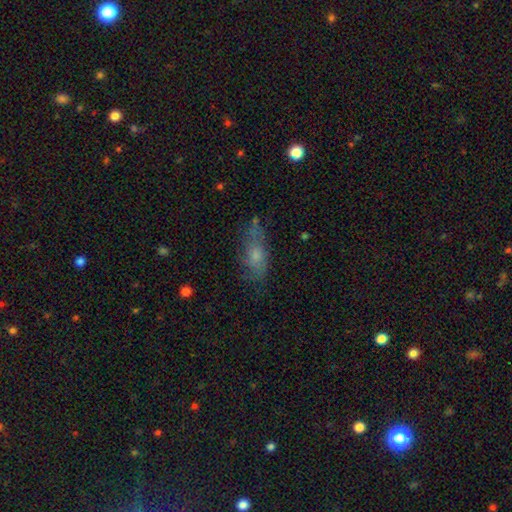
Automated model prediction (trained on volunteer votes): A smooth galaxy with no disk features (53%) that is in between round and cigar-shaped (70%).

Vote fractions:
- Smooth or featured? smooth: 53% / featured or disk: 35% / star or artifact: 12%
- How rounded? in between: 70% / cigar-shaped: 24% / round: 6%
- Merging? none: 62% / minor disturbance: 24% / major disturbance: 11% / merger: 3%